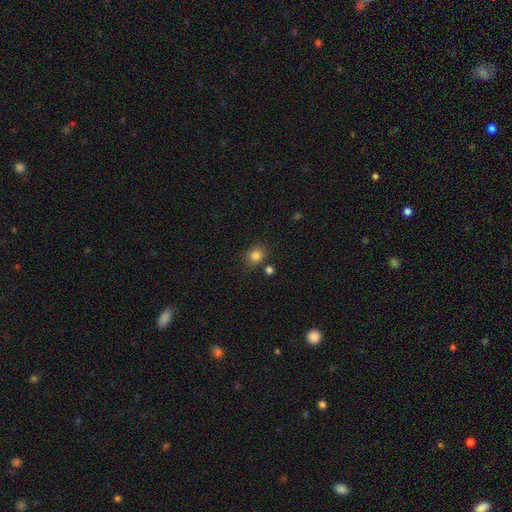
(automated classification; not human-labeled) Overall: smooth (84%). How rounded: round (59%; in between 40%). Merging: none (78%).